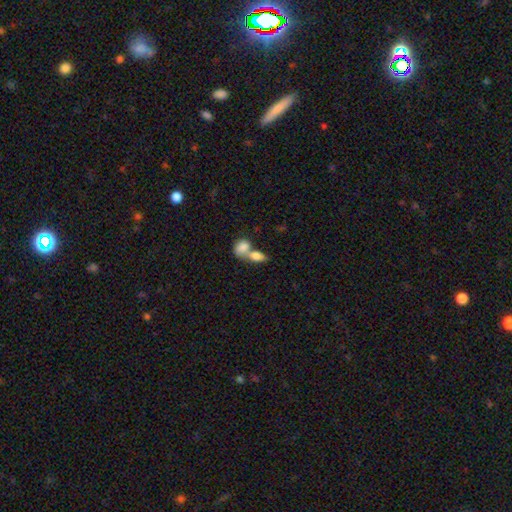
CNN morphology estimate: Overall: smooth (79%). How rounded: in between (81%). Merging: merger (69%).